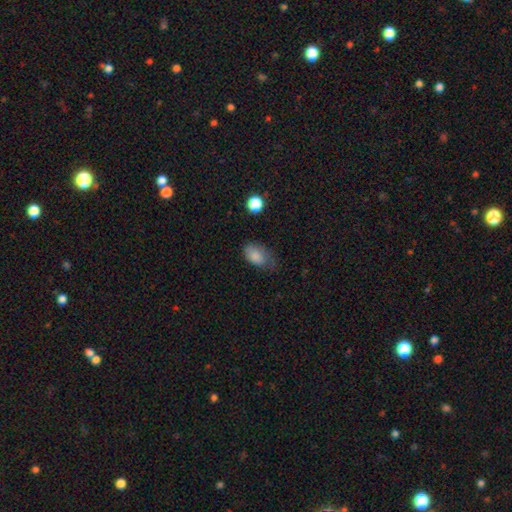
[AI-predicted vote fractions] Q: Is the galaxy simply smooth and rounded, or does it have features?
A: smooth — 84%.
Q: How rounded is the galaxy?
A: in between — 89%.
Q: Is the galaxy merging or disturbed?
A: none — 51%.